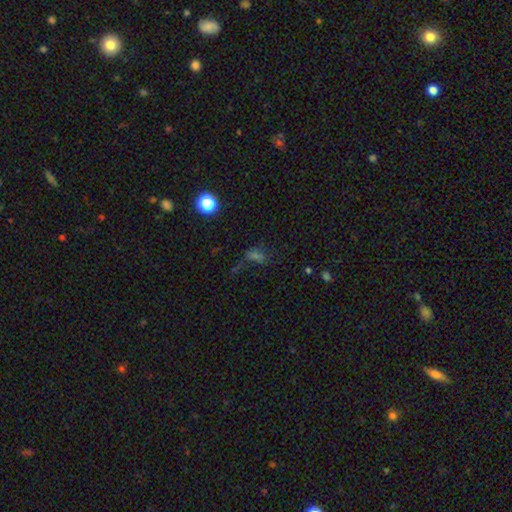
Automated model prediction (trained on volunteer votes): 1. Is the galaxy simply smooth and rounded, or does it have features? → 43% star or artifact (tied), 43% smooth (tied), 14% featured or disk.